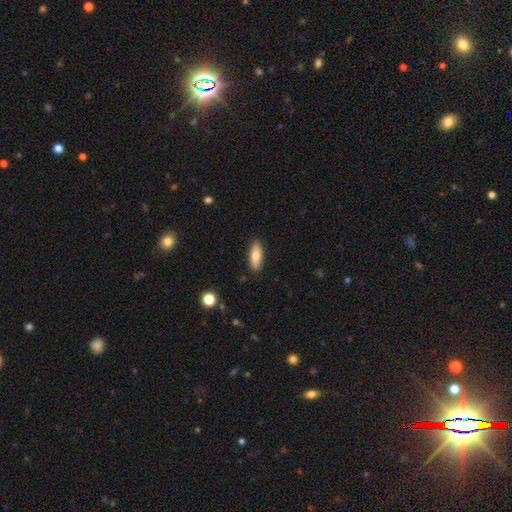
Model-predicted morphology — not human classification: The model was most divided on "how rounded": in between: 67%, cigar-shaped: 30%, round: 2%. More confident: merging — none (88%); smooth or featured — smooth (78%).